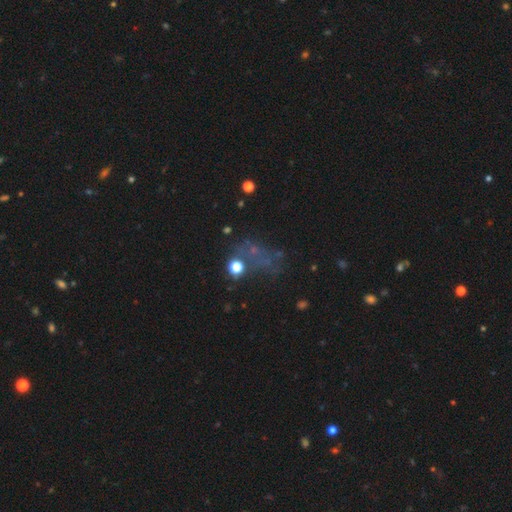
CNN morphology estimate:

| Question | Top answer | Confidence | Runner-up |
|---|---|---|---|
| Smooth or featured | star or artifact | 47% | smooth (31%) |